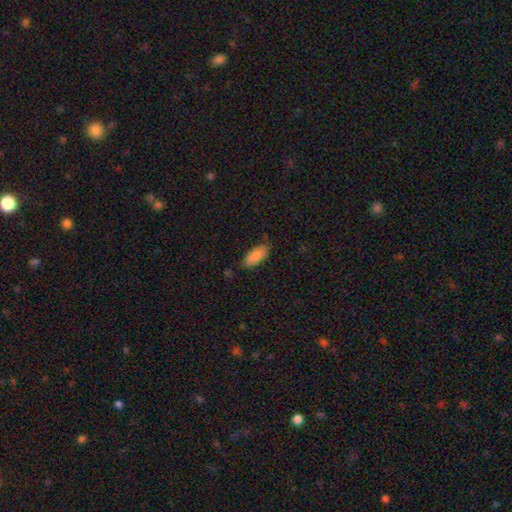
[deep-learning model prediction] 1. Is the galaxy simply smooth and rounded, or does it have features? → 83% smooth, 11% featured or disk, 7% star or artifact.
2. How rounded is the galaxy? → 87% in between, 11% cigar-shaped, 2% round.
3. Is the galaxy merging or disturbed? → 79% none, 16% minor disturbance, 3% major disturbance, 2% merger.